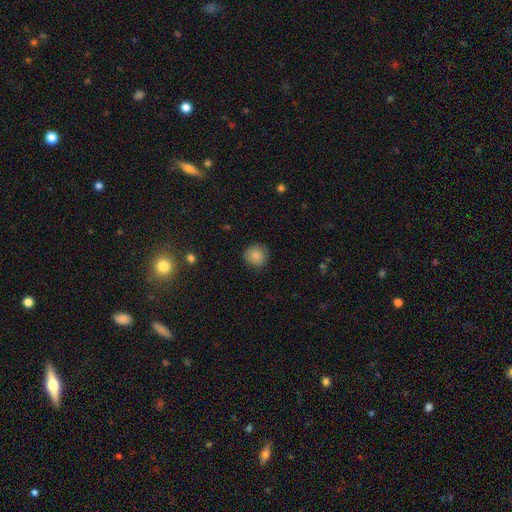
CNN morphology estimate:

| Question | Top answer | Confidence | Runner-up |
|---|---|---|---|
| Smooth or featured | smooth | 86% | star or artifact (9%) |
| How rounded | round | 90% | in between (9%) |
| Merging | none | 84% | minor disturbance (13%) |